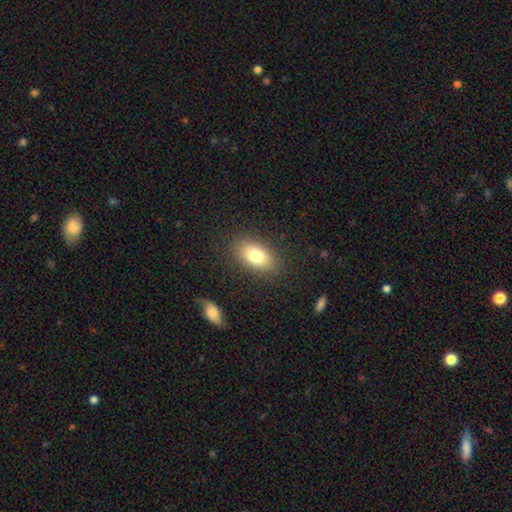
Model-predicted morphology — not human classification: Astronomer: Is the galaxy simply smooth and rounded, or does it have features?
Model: smooth — 78%.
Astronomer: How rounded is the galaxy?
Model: in between — 88%.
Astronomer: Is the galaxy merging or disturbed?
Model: none — 86%.